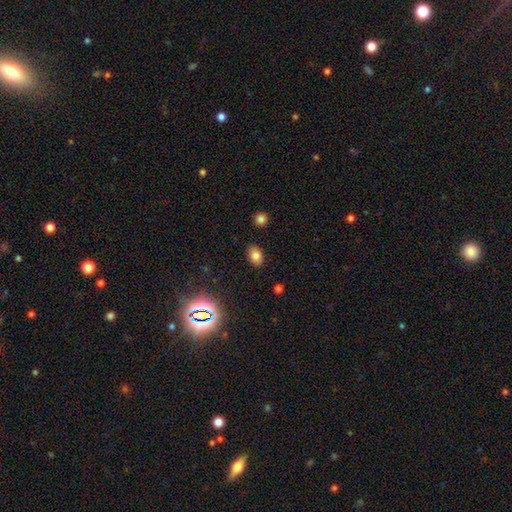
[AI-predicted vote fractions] This appears to be a smooth galaxy with no disk features (78%) that is in between round and cigar-shaped (79%). Merging: none (86%).